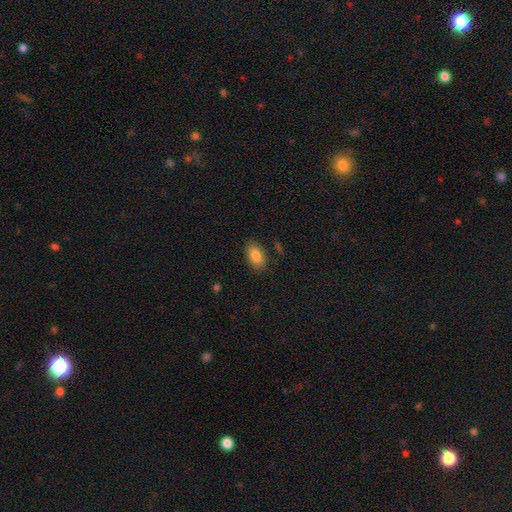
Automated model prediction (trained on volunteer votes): This appears to be a smooth galaxy with no disk features (85%) that is in between round and cigar-shaped (92%). Merging: none (86%).